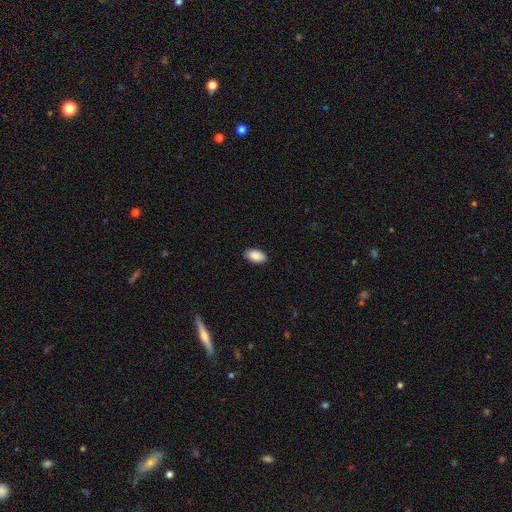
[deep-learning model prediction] The model was most divided on "merging": none: 89%, minor disturbance: 8%, major disturbance: 2%, merger: 1%. More confident: how rounded — in between (94%); smooth or featured — smooth (90%).